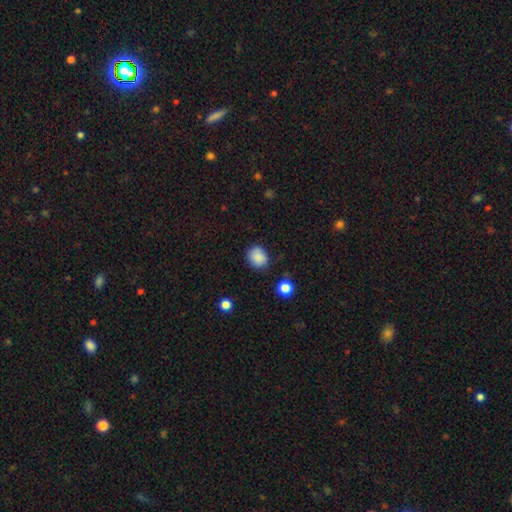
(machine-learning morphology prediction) A smooth galaxy with no disk features (86%) that is round (62%). Merging: none (74%).